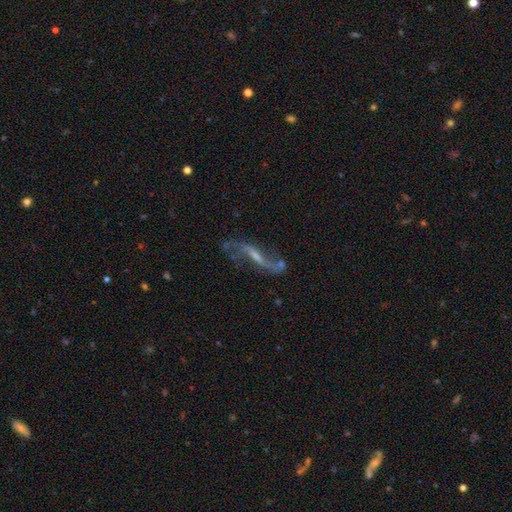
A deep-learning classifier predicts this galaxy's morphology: Smooth or featured? Predicted: featured or disk (p=0.81). Edge-on disk? Predicted: no (p=0.82). Bar? Predicted: weak (p=0.42). Spiral arms? Predicted: yes (p=0.92). Spiral winding? Predicted: loose (p=0.79). Spiral arm count? Predicted: 2 (p=0.90). Bulge size? Predicted: small (p=0.54). Merging? Predicted: none (p=0.67).